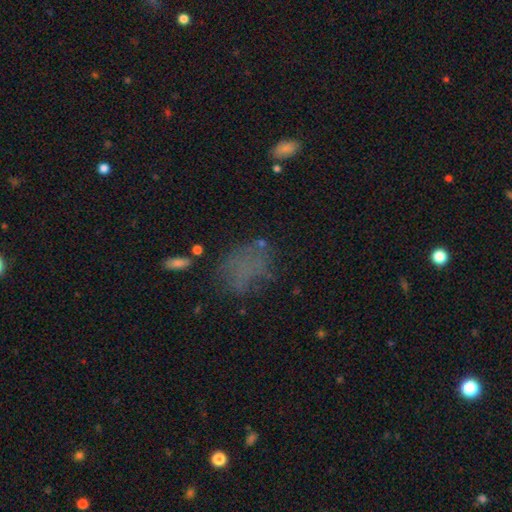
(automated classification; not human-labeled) This appears to be a smooth galaxy with no disk features (53%) that is in between round and cigar-shaped (70%). Merging: none (48%).